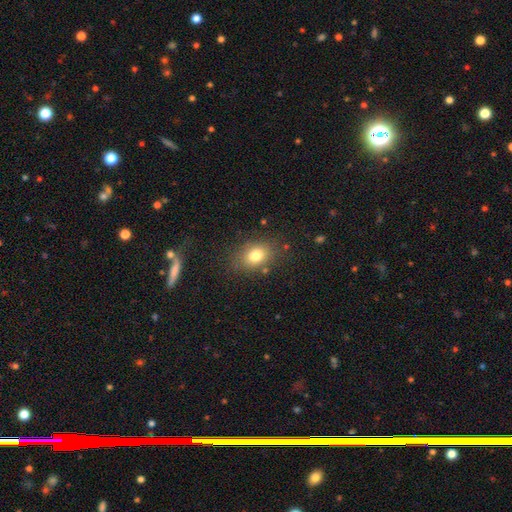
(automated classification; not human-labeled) Overall: smooth (79%). How rounded: in between (65%; round 34%). Merging: none (80%).